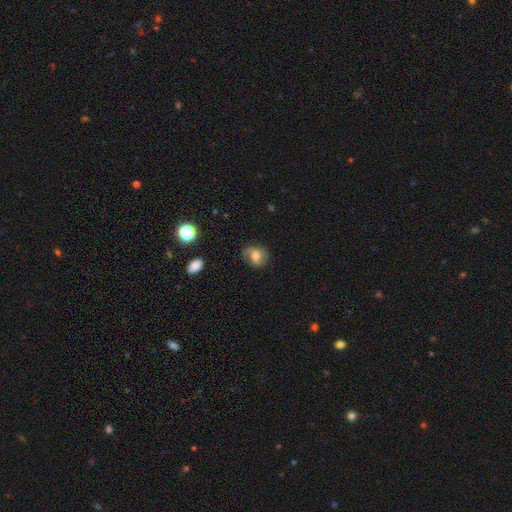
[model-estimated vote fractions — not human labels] This appears to be a smooth galaxy with no disk features (53%) that is round (62%). Merging: none (66%).